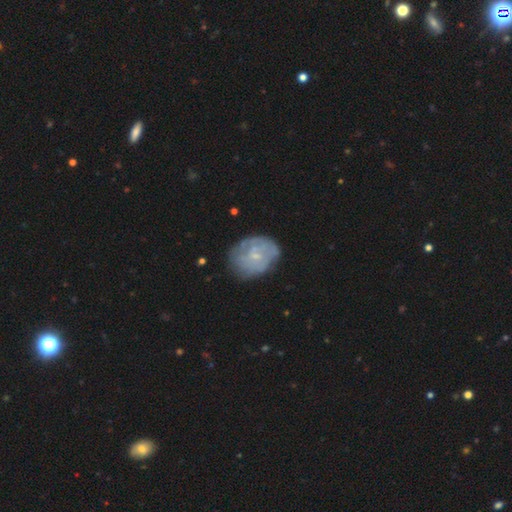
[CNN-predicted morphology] smooth_or_featured: featured or disk (p=0.54) [alt: smooth p=0.37]
disk_edge_on: no (p=0.97) [alt: yes p=0.03]
bar: no (p=0.73) [alt: weak p=0.23]
has_spiral_arms: yes (p=0.56) [alt: no p=0.44]
bulge_size: small (p=0.75) [alt: moderate p=0.16]
merging: none (p=0.65) [alt: minor disturbance p=0.24]